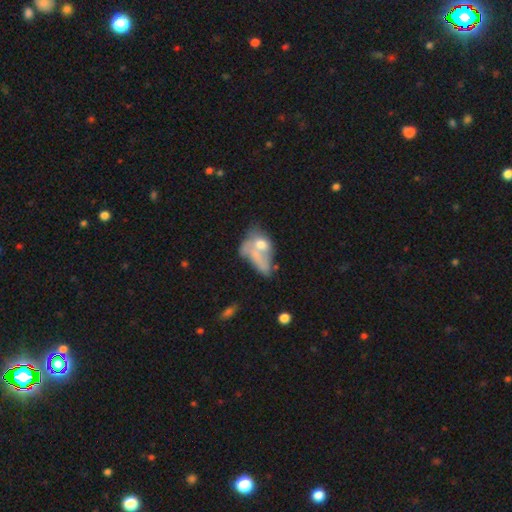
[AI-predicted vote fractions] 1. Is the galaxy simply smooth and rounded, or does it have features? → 51% smooth, 38% featured or disk, 11% star or artifact.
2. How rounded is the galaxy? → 74% in between, 20% round, 6% cigar-shaped.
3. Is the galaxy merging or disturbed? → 48% merger, 24% major disturbance, 17% none, 12% minor disturbance.